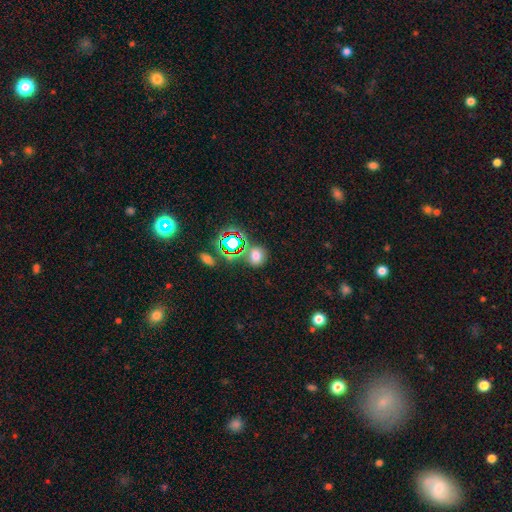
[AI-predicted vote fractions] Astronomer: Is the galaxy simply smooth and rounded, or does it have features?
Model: smooth — 63%.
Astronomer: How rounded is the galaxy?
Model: round — 68%.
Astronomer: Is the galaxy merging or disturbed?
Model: none — 71%.